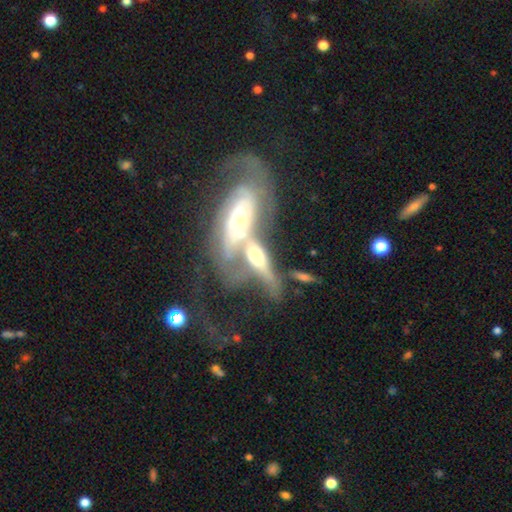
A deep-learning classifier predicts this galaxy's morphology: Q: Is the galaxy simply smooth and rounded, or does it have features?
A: featured or disk — 63%.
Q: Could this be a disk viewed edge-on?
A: no — 51%.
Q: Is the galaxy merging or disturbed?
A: merger — 66%.